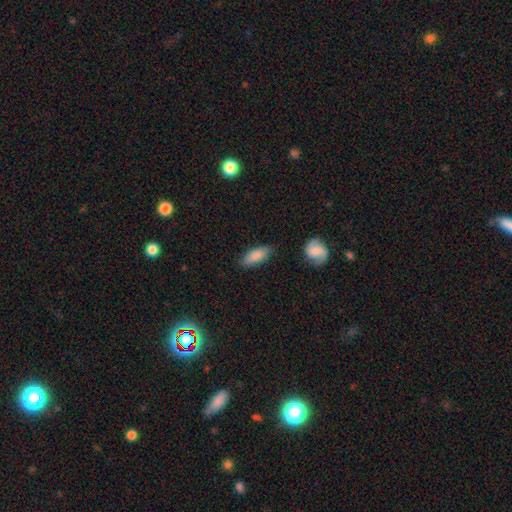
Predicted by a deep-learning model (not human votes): smooth 85%, featured or disk 9%, star or artifact 6%. Down the decision tree: how rounded — in between (79%); merging — none (79%).